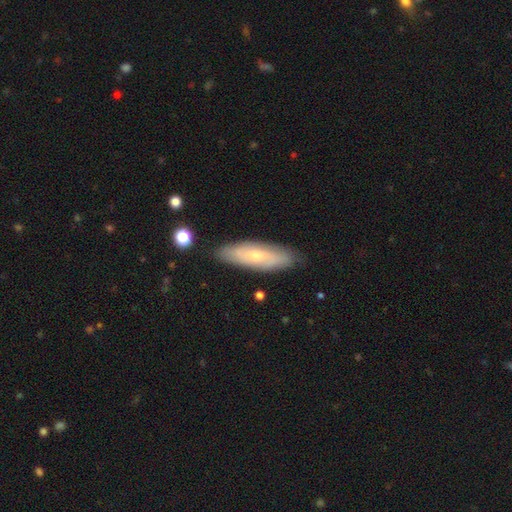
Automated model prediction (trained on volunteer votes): A smooth galaxy with no disk features (48%). Merging: none (83%).